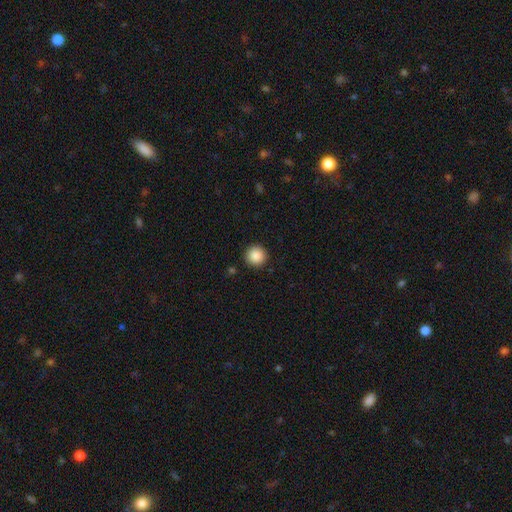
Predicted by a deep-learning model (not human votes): Smooth or featured: smooth — 88% (star or artifact — 9%)
How rounded: round — 95% (in between — 4%)
Merging: none — 92% (minor disturbance — 5%)